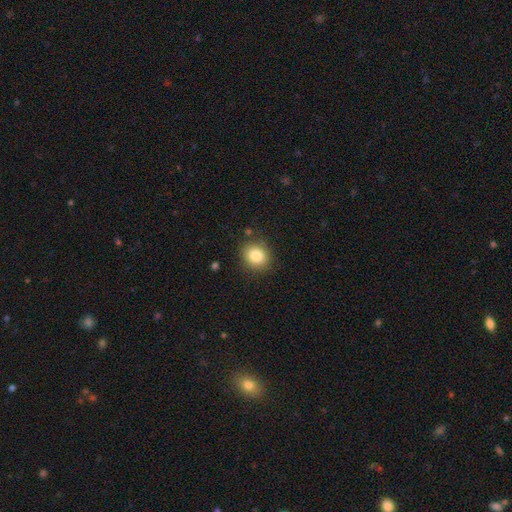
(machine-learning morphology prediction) Smooth or featured?
  - smooth: 84% *
  - star or artifact: 10%
  - featured or disk: 7%
How rounded?
  - round: 76% *
  - in between: 23%
  - cigar-shaped: 1%
Merging?
  - none: 86% *
  - minor disturbance: 10%
  - major disturbance: 3%
  - merger: 2%